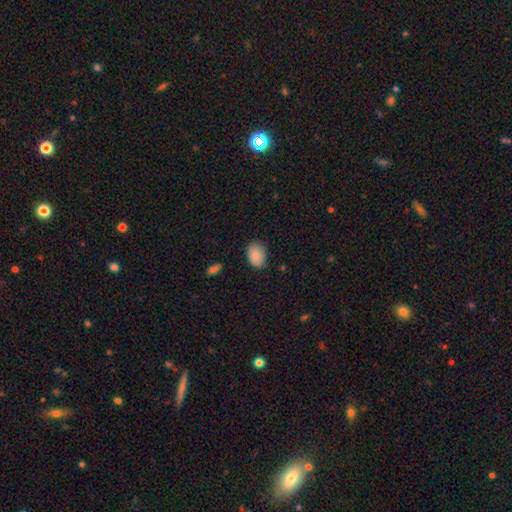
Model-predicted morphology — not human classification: smooth 86%, star or artifact 7%, featured or disk 6%. Down the decision tree: how rounded — in between (81%); merging — none (82%).